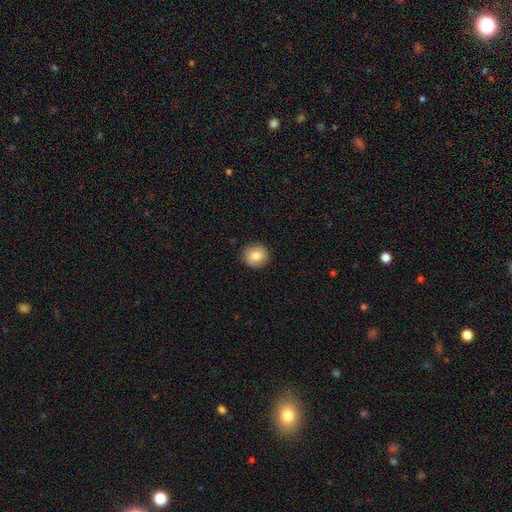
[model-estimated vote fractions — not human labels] smooth-or-featured: smooth: 80% | featured or disk: 11% | star or artifact: 8%
  how-rounded: round: 87% | in between: 12% | cigar-shaped: 1%
  merging: none: 88% | minor disturbance: 9% | major disturbance: 2% | merger: 1%